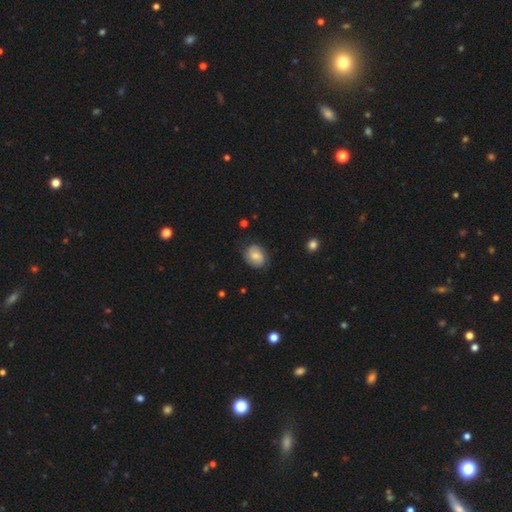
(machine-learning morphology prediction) Q: Smooth or featured?
A: smooth (70%); runner-up: featured or disk (22%)
Q: How rounded?
A: in between (60%); runner-up: round (39%)
Q: Merging?
A: none (76%); runner-up: minor disturbance (19%)